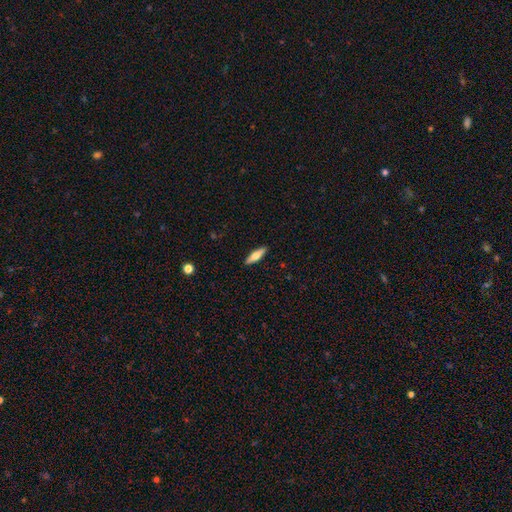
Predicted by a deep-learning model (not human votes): This is possibly a smooth galaxy (59%). How rounded: likely cigar-shaped (64%). Merging: clearly none (90%).